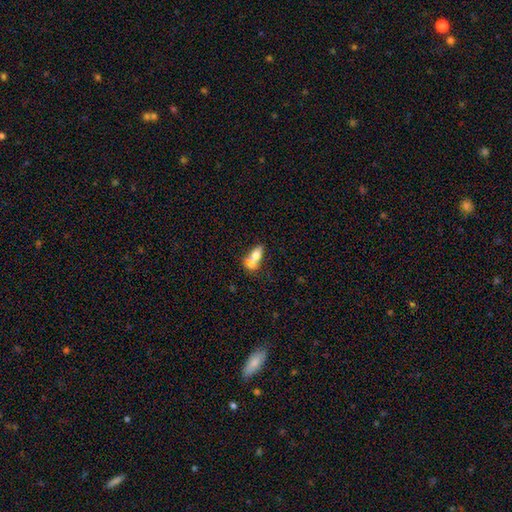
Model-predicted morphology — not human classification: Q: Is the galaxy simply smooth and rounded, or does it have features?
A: smooth — 69%.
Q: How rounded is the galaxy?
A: in between — 76%.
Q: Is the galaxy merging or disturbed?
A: merger — 71%.